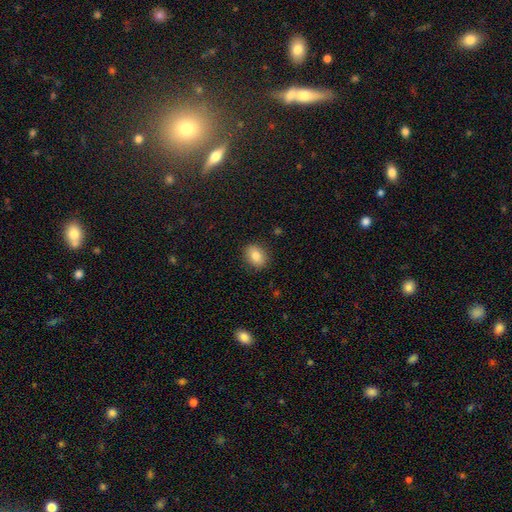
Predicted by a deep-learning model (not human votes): A smooth galaxy with no disk features (83%) that is in between round and cigar-shaped (56%). Merging: none (88%).